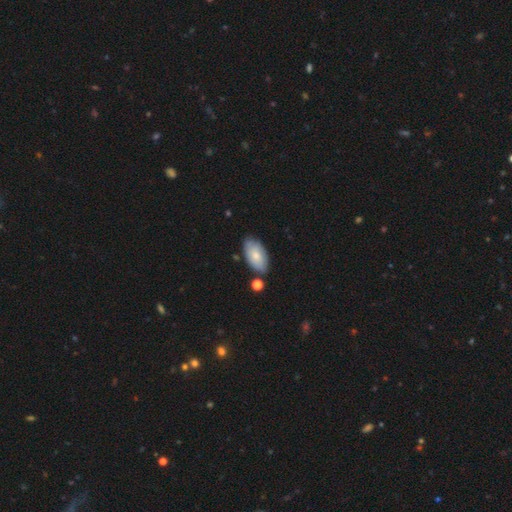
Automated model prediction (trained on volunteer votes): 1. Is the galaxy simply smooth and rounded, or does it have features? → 74% smooth, 20% featured or disk, 6% star or artifact.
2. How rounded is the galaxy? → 95% in between, 3% round, 2% cigar-shaped.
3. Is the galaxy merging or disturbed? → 73% none, 19% minor disturbance, 5% merger, 4% major disturbance.